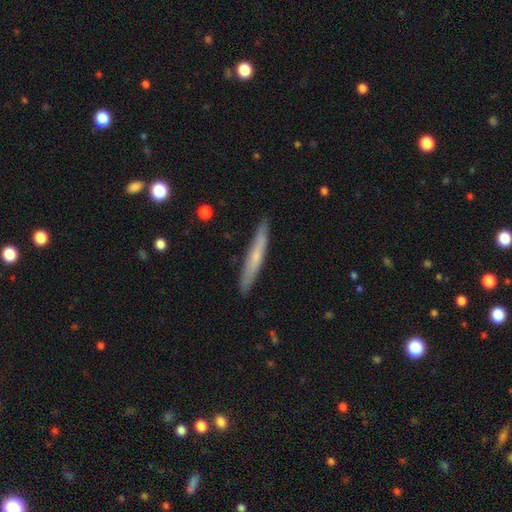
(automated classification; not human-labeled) A smooth galaxy with no disk features (53%) that is cigar-shaped (95%).

Vote fractions:
- Smooth or featured? smooth: 53% / featured or disk: 41% / star or artifact: 6%
- How rounded? cigar-shaped: 95% / in between: 4% / round: 1%
- Merging? none: 88% / minor disturbance: 9% / major disturbance: 1% / merger: 1%